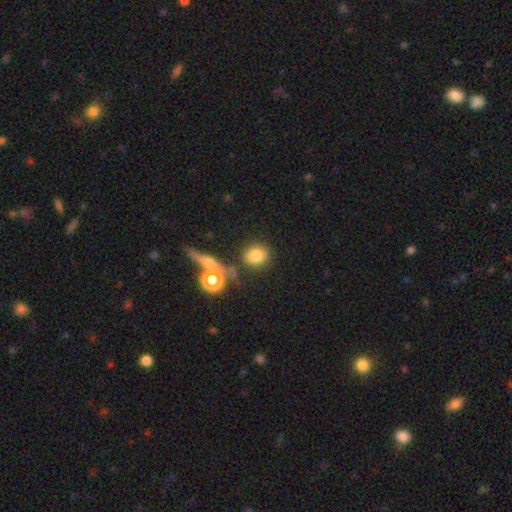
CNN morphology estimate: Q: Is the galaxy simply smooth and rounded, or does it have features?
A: smooth — 80%.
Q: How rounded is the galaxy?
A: round — 67%.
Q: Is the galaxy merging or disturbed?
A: none — 71%.